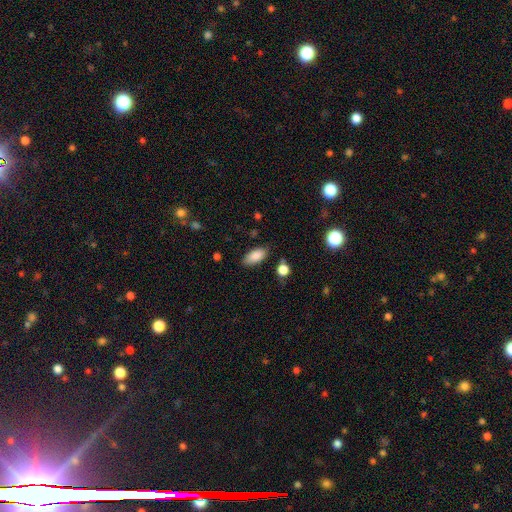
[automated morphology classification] Q: Smooth or featured?
A: smooth (87%); runner-up: star or artifact (7%)
Q: How rounded?
A: in between (89%); runner-up: cigar-shaped (8%)
Q: Merging?
A: none (80%); runner-up: minor disturbance (14%)